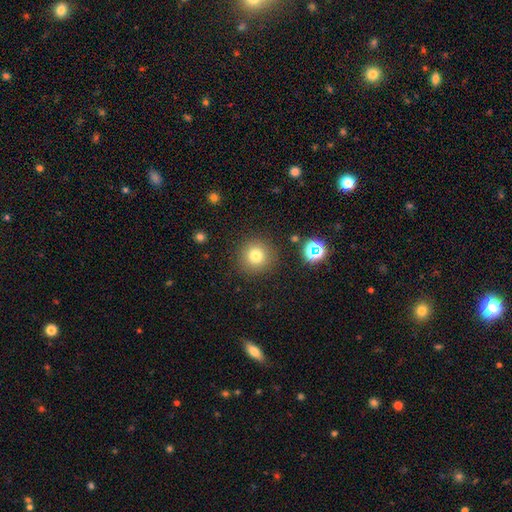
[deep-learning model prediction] A smooth galaxy with no disk features (78%) that is round (95%).

Vote fractions:
- Smooth or featured? smooth: 78% / star or artifact: 14% / featured or disk: 8%
- How rounded? round: 95% / in between: 4% / cigar-shaped: 1%
- Merging? none: 88% / minor disturbance: 7% / major disturbance: 3% / merger: 2%